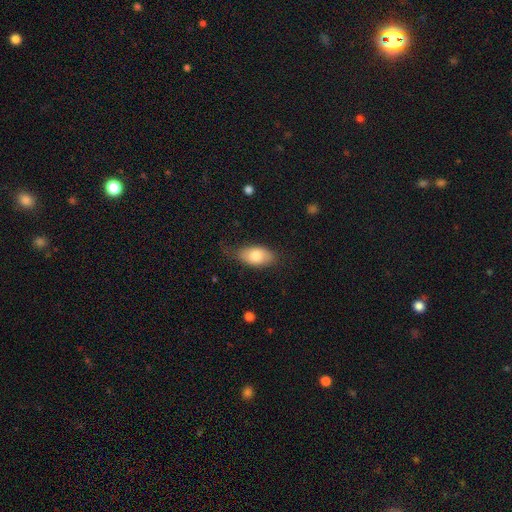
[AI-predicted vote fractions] smooth_or_featured: smooth (p=0.77) [alt: featured or disk p=0.16]
how_rounded: in between (p=0.92) [alt: round p=0.05]
merging: none (p=0.68) [alt: minor disturbance p=0.24]